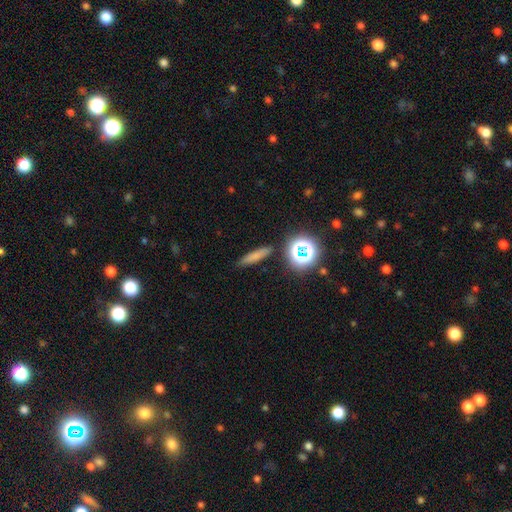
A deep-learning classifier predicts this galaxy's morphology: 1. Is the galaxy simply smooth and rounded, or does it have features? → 69% smooth, 17% star or artifact, 14% featured or disk.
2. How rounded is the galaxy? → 77% cigar-shaped, 14% in between, 9% round.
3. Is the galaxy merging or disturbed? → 86% none, 9% minor disturbance, 3% major disturbance, 2% merger.